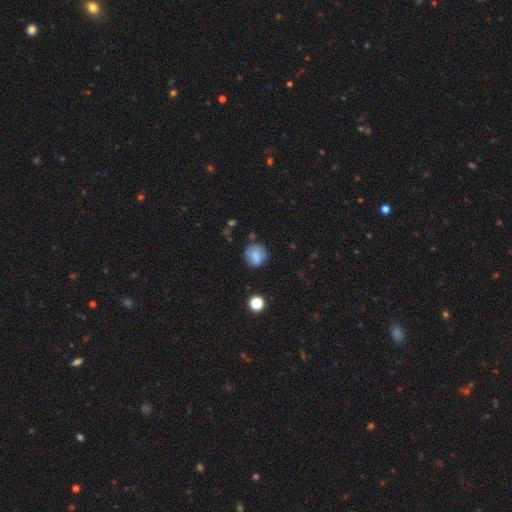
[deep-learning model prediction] A smooth galaxy with no disk features (73%) that is round (81%).

Vote fractions:
- Smooth or featured? smooth: 73% / featured or disk: 17% / star or artifact: 11%
- How rounded? round: 81% / in between: 18% / cigar-shaped: 1%
- Merging? none: 67% / minor disturbance: 20% / major disturbance: 7% / merger: 6%